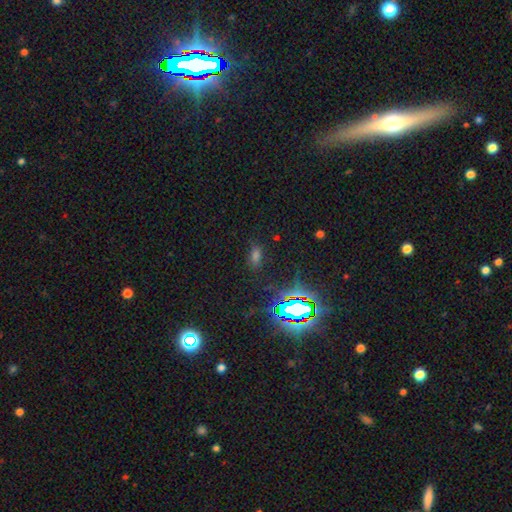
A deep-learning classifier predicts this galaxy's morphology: Smooth or featured: smooth — 49% (star or artifact — 42%)
Merging: none — 79% (minor disturbance — 13%)